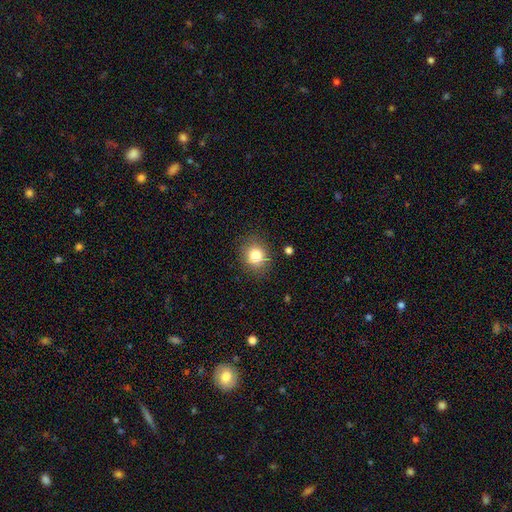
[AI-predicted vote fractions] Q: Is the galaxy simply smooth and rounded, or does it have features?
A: smooth — 81%.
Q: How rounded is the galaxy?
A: round — 77%.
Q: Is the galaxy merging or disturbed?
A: none — 85%.